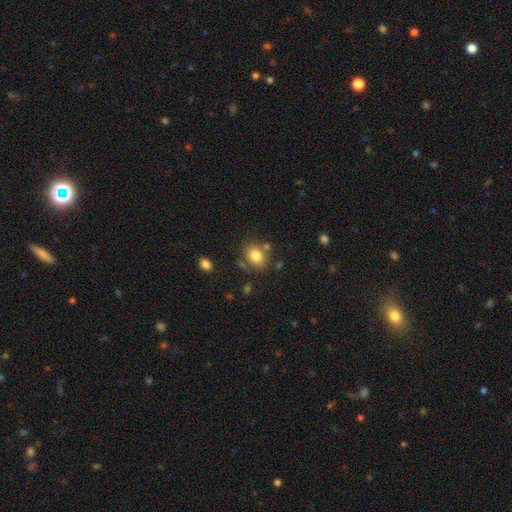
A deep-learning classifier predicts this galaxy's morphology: A smooth galaxy with no disk features (82%) that is round (62%). Merging: none (72%).